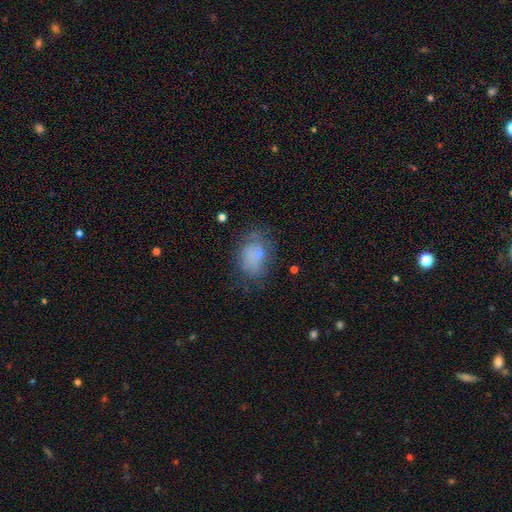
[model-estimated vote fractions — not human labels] smooth-or-featured: smooth: 66% | featured or disk: 20% | star or artifact: 14%
  how-rounded: in between: 67% | round: 32% | cigar-shaped: 1%
  merging: none: 55% | minor disturbance: 25% | major disturbance: 17% | merger: 4%